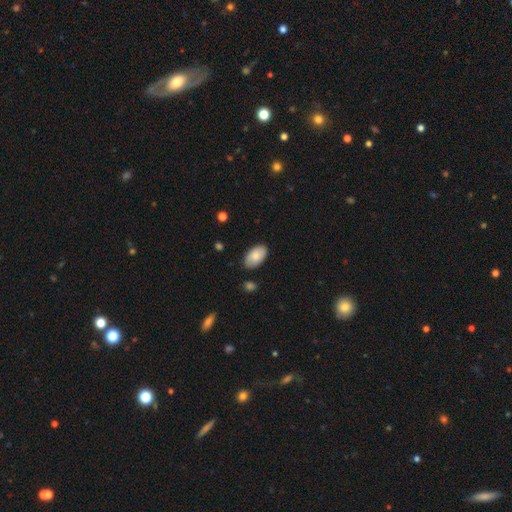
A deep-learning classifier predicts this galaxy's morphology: This is clearly a smooth galaxy (83%). How rounded: clearly in between (95%). Merging: clearly none (83%).